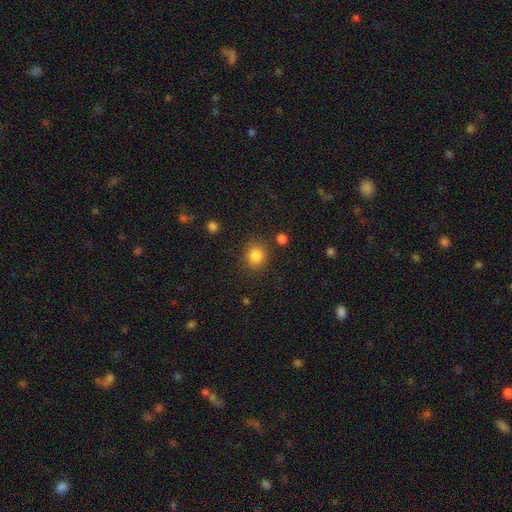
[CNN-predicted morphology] A smooth galaxy with no disk features (85%) that is round (81%). Merging: none (83%).